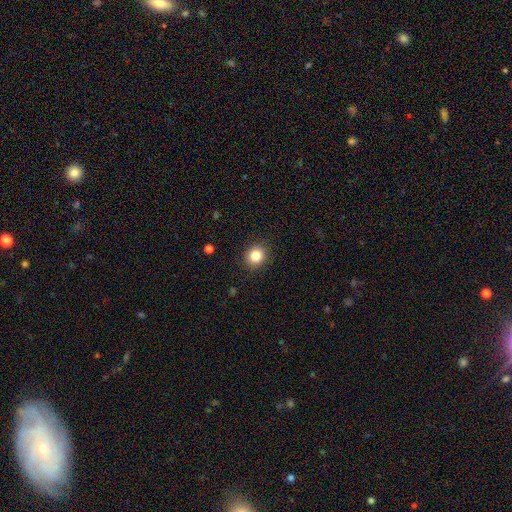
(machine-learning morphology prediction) A smooth galaxy with no disk features (83%) that is round (80%). Merging: none (90%).